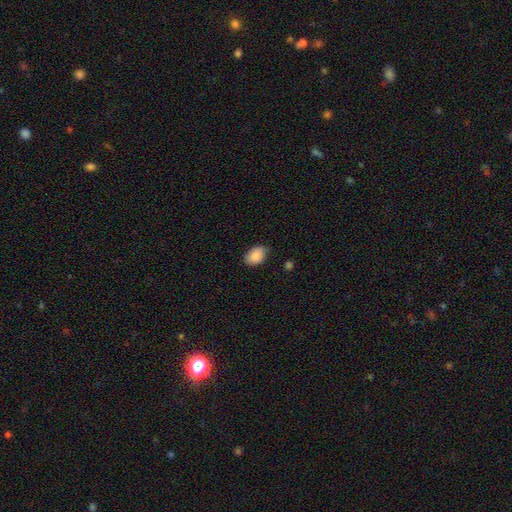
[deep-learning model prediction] A smooth galaxy with no disk features (88%) that is in between round and cigar-shaped (83%).

Vote fractions:
- Smooth or featured? smooth: 88% / star or artifact: 7% / featured or disk: 5%
- How rounded? in between: 83% / round: 16% / cigar-shaped: 1%
- Merging? none: 79% / minor disturbance: 17% / major disturbance: 3% / merger: 1%